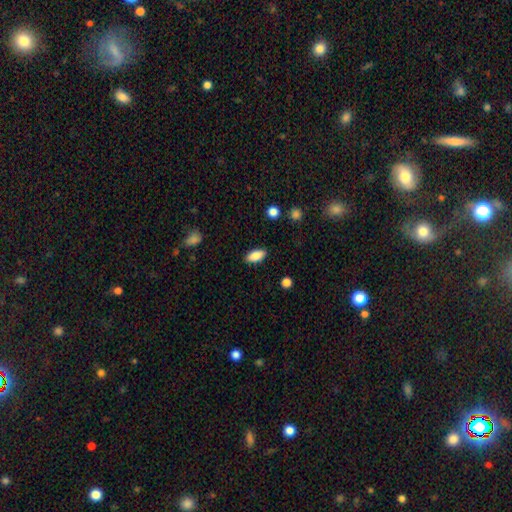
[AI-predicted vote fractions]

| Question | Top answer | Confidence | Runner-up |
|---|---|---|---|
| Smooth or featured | smooth | 86% | featured or disk (7%) |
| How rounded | in between | 87% | cigar-shaped (11%) |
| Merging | none | 88% | minor disturbance (9%) |